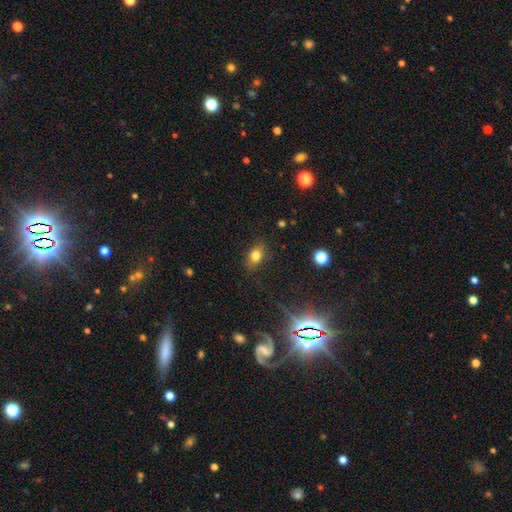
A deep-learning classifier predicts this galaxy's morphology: smooth_or_featured: smooth (p=0.77) [alt: star or artifact p=0.13]
how_rounded: in between (p=0.79) [alt: round p=0.19]
merging: none (p=0.81) [alt: minor disturbance p=0.14]